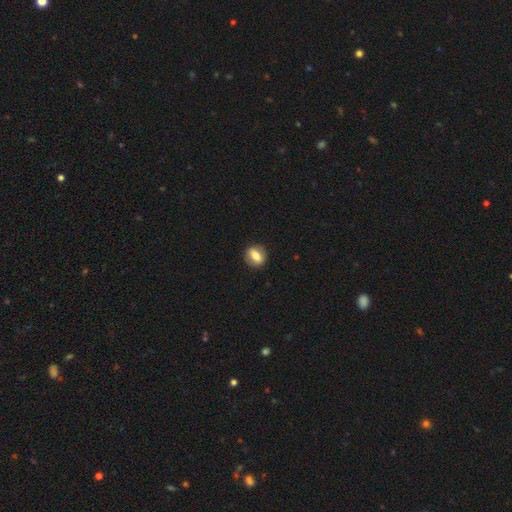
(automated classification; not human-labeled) smooth-or-featured: smooth: 70% | featured or disk: 21% | star or artifact: 8%
  how-rounded: in between: 51% | round: 45% | cigar-shaped: 4%
  merging: none: 88% | minor disturbance: 9% | major disturbance: 2% | merger: 1%